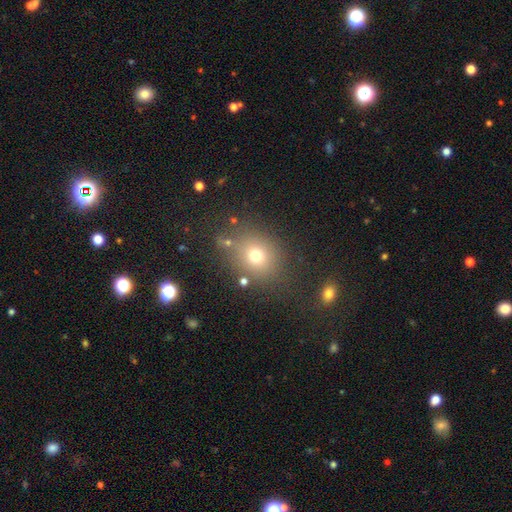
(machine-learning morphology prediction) Smooth or featured? smooth (70%)
How rounded? round (70%)
Merging? none (76%)